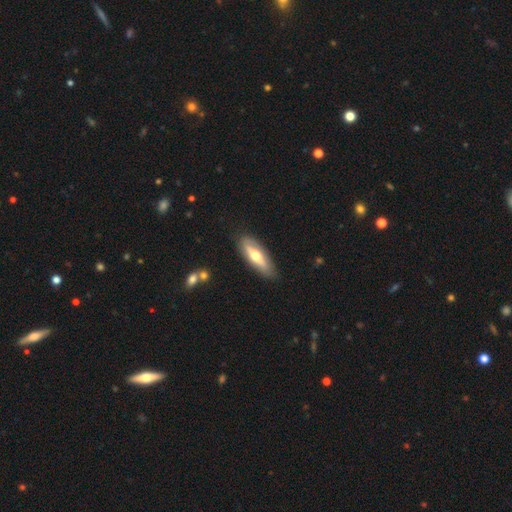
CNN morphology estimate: Overall: featured or disk (49%; smooth 46%). Merging: none (82%).